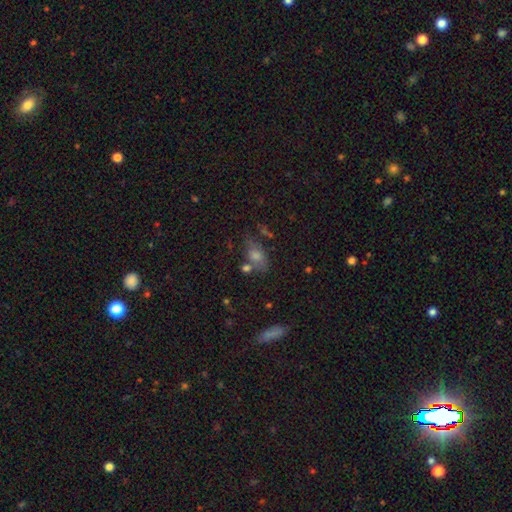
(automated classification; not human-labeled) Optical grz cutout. It shows a smooth galaxy with no disk features (60%) that is in between round and cigar-shaped (77%). Merging: none (60%).